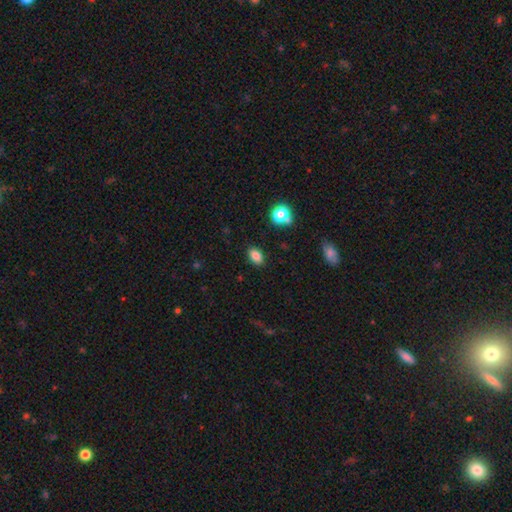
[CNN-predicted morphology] This appears to be a smooth galaxy with no disk features (84%) that is in between round and cigar-shaped (85%). Merging: none (87%).